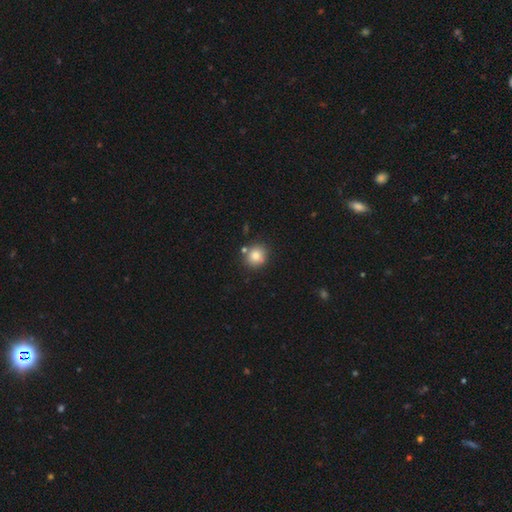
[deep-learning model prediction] smooth 82%, star or artifact 10%, featured or disk 8%. Down the decision tree: how rounded — round (87%); merging — none (77%).